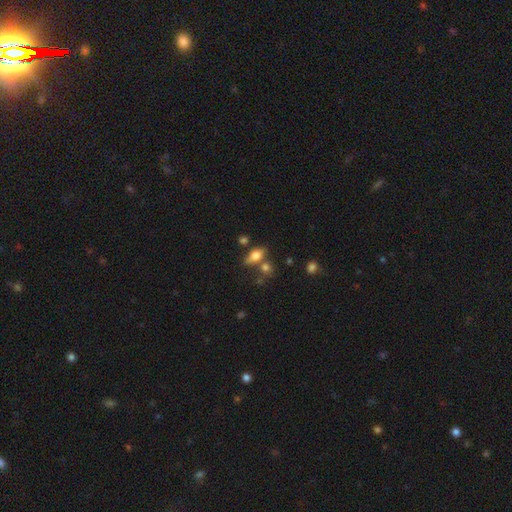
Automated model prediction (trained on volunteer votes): This is likely a smooth galaxy (71%). How rounded: likely in between (76%). Merging: possibly none (58%).